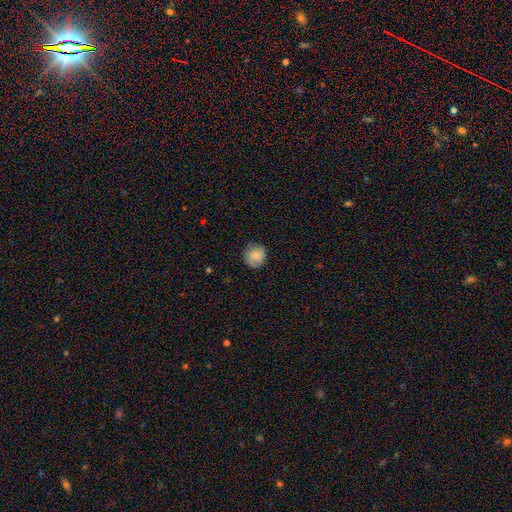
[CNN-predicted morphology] The model was most divided on "merging": none: 77%, minor disturbance: 17%, major disturbance: 5%, merger: 1%. More confident: how rounded — round (86%); smooth or featured — smooth (77%).